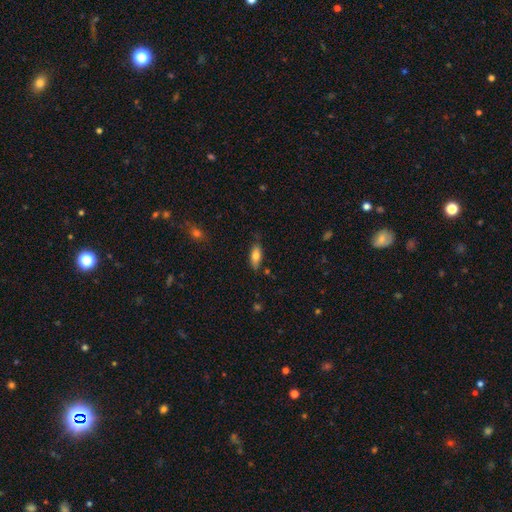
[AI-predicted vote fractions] Overall: smooth (76%). How rounded: in between (78%). Merging: none (76%).